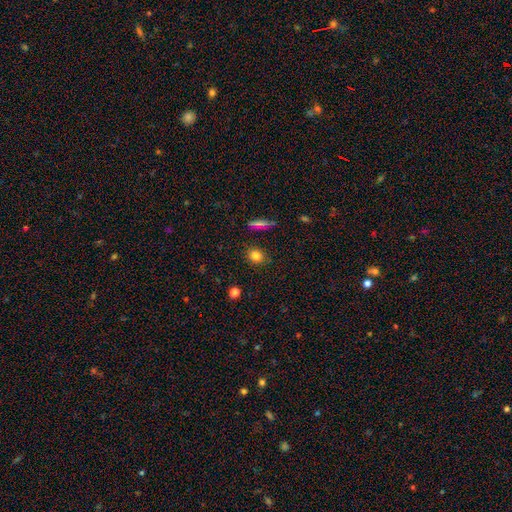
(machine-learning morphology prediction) This appears to be a smooth galaxy with no disk features (82%) that is round (62%). Merging: none (88%).